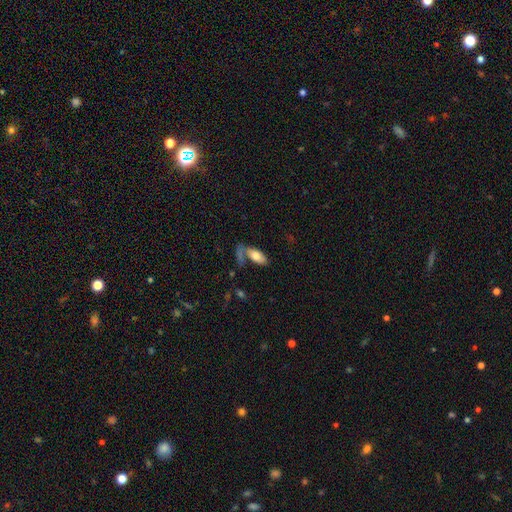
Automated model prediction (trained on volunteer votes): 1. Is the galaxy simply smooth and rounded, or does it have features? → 71% smooth, 22% featured or disk, 7% star or artifact.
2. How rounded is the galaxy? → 85% in between, 13% cigar-shaped, 3% round.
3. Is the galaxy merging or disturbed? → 46% none, 24% merger, 17% minor disturbance, 13% major disturbance.